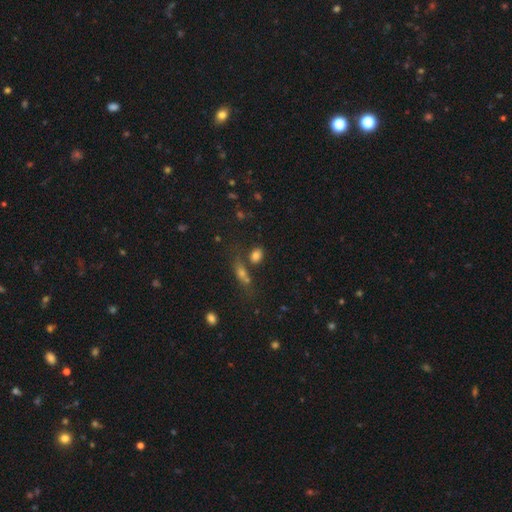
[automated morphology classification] A smooth galaxy with no disk features (79%) that is in between round and cigar-shaped (70%).

Vote fractions:
- Smooth or featured? smooth: 79% / star or artifact: 13% / featured or disk: 8%
- How rounded? in between: 70% / round: 27% / cigar-shaped: 3%
- Merging? none: 64% / merger: 18% / minor disturbance: 13% / major disturbance: 5%